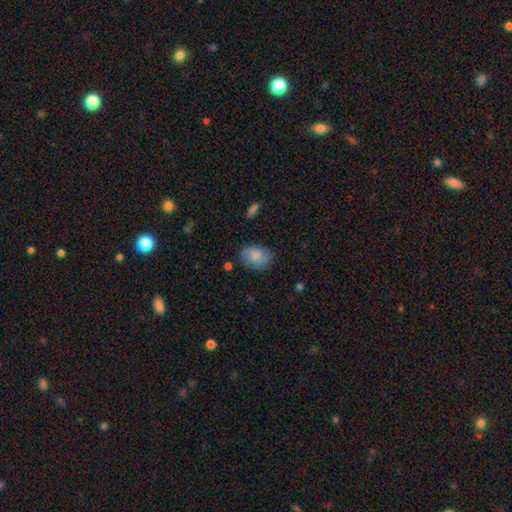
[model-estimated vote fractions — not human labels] The model was most divided on "merging": none: 74%, minor disturbance: 20%, major disturbance: 5%, merger: 2%. More confident: smooth or featured — smooth (79%); how rounded — in between (76%).